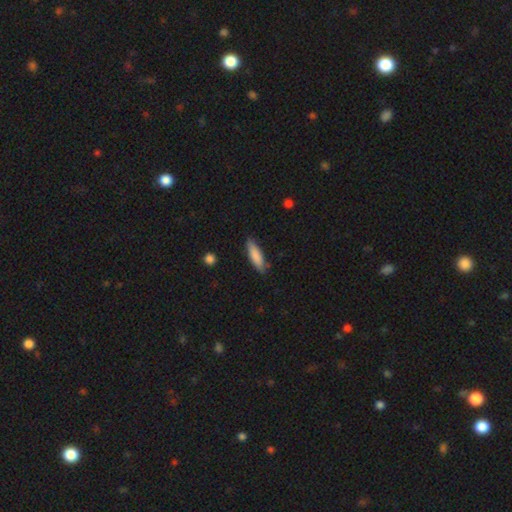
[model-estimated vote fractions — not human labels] Smooth or featured? smooth (84%)
How rounded? cigar-shaped (58%)
Merging? none (82%)